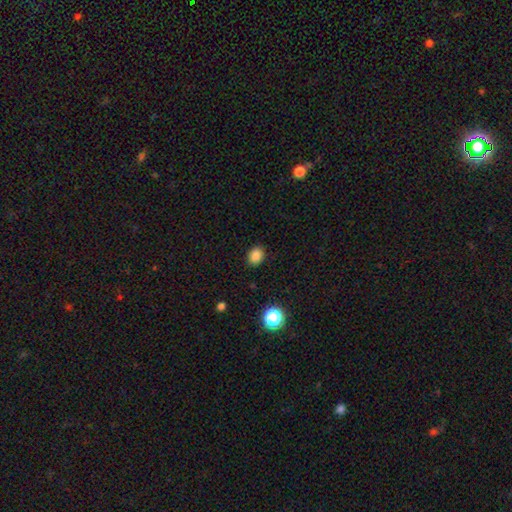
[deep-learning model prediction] smooth_or_featured: smooth (p=0.85) [alt: star or artifact p=0.12]
how_rounded: in between (p=0.51) [alt: round p=0.49]
merging: none (p=0.88) [alt: minor disturbance p=0.08]